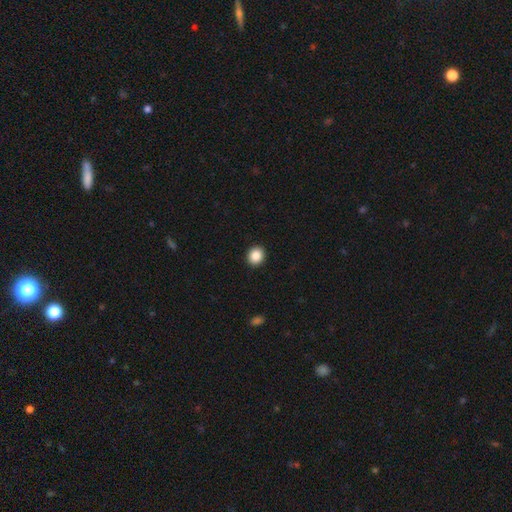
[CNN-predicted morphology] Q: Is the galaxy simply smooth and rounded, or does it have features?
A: smooth — 88%.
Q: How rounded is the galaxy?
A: round — 76%.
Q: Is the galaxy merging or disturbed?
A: none — 92%.